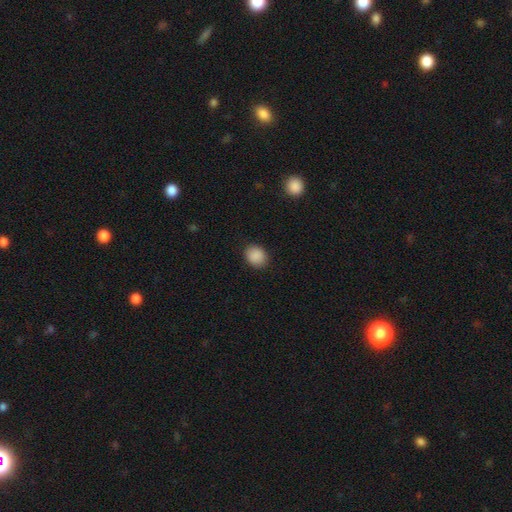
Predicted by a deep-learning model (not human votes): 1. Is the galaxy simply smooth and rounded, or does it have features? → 89% smooth, 8% star or artifact, 3% featured or disk.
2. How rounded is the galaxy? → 59% round, 41% in between, 1% cigar-shaped.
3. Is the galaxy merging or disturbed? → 89% none, 8% minor disturbance, 2% major disturbance, 1% merger.